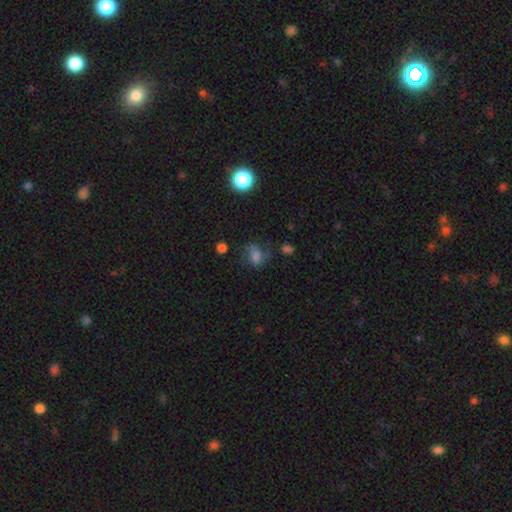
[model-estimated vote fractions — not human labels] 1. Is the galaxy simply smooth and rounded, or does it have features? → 60% smooth, 22% featured or disk, 18% star or artifact.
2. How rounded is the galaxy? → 63% in between, 35% round, 2% cigar-shaped.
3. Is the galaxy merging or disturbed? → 45% none, 26% minor disturbance, 24% major disturbance, 5% merger.